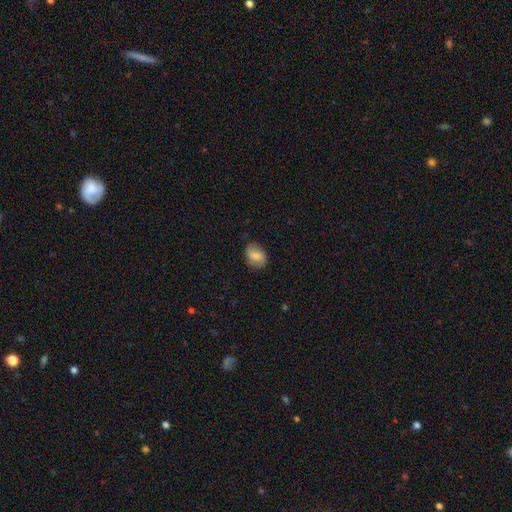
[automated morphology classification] type=smooth (74%); roundness=in between (65%); merging=none (80%).